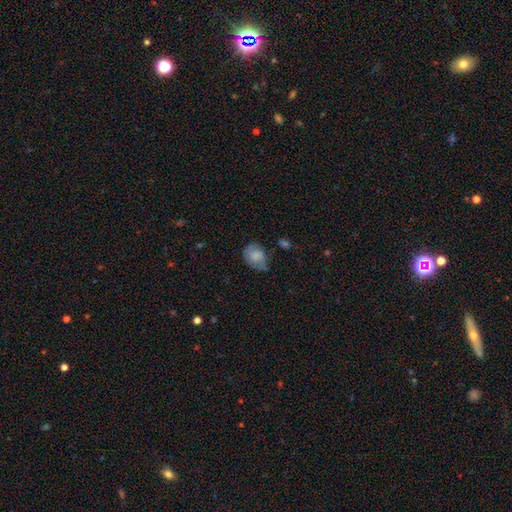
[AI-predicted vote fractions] smooth 76%, featured or disk 15%, star or artifact 9%. Down the decision tree: how rounded — in between (51%); merging — none (50%).